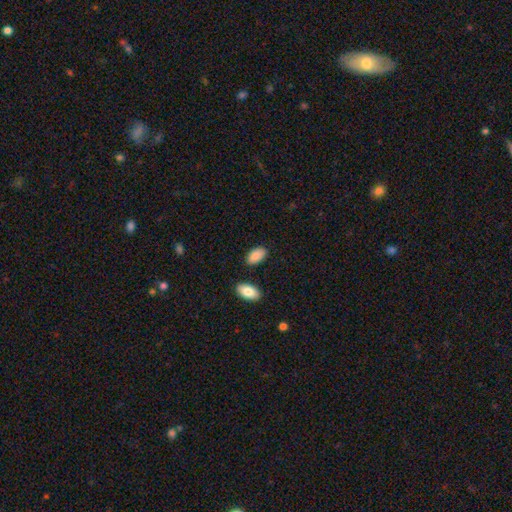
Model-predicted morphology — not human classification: type=smooth (89%); roundness=in between (95%); merging=none (85%).